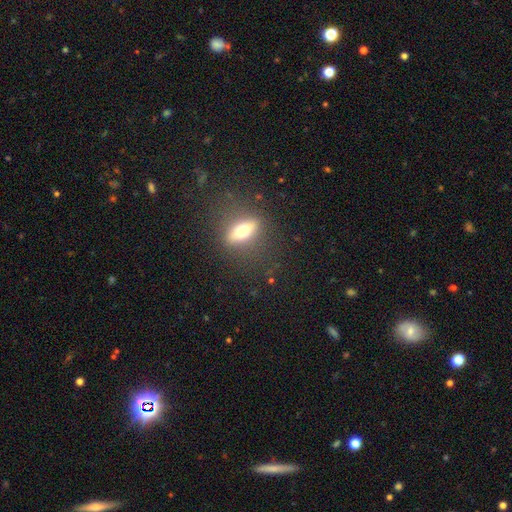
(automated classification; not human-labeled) Smooth or featured? smooth (39%)
Merging? none (81%)